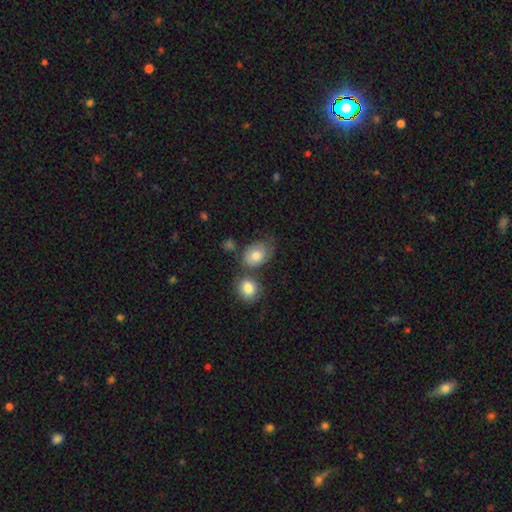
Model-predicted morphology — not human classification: This is likely a smooth galaxy (71%). How rounded: likely in between (62%). Merging: marginally none (41%).